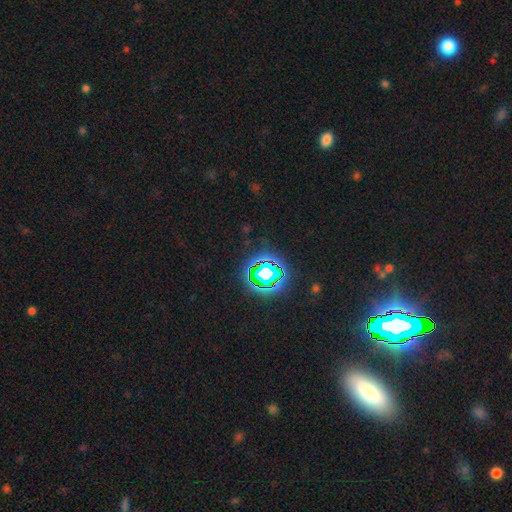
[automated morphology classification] Smooth or featured: star or artifact — 78% (smooth — 14%)